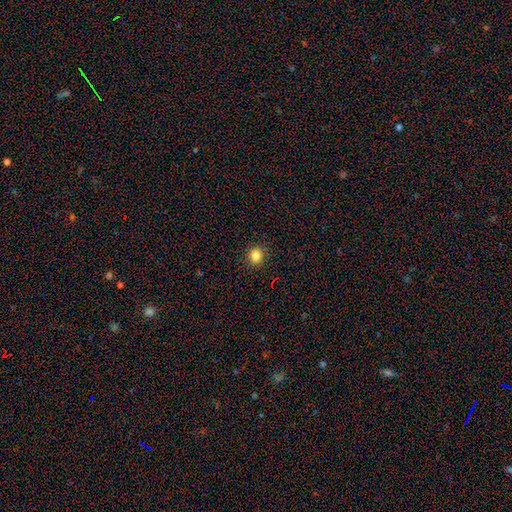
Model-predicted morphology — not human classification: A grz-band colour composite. It shows a smooth galaxy with no disk features (84%) that is round (85%). Merging: none (90%).